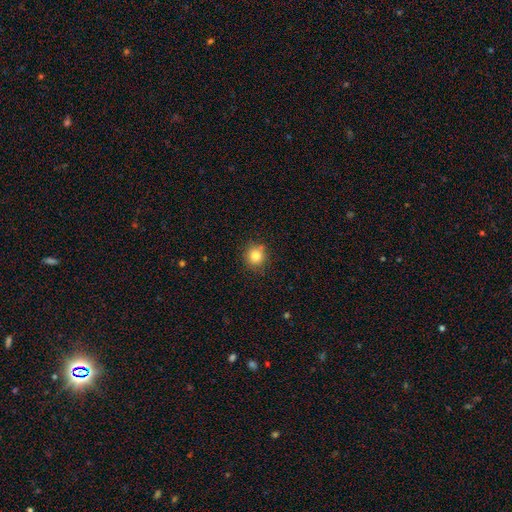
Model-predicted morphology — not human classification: Q: Smooth or featured?
A: smooth (82%); runner-up: star or artifact (12%)
Q: How rounded?
A: round (92%); runner-up: in between (7%)
Q: Merging?
A: none (86%); runner-up: minor disturbance (10%)